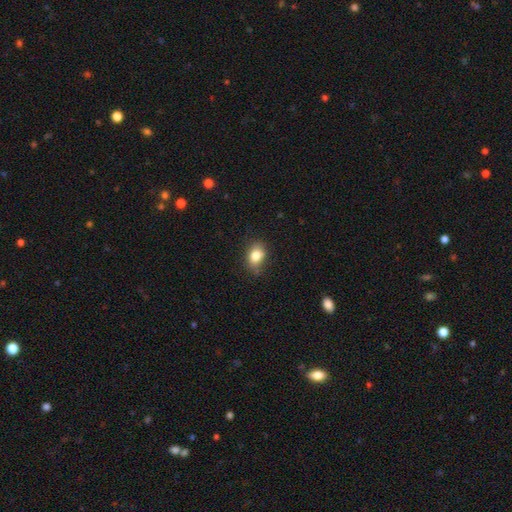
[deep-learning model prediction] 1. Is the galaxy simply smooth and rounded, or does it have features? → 81% smooth, 10% star or artifact, 9% featured or disk.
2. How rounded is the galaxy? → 68% in between, 30% round, 1% cigar-shaped.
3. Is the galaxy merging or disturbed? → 75% none, 19% minor disturbance, 4% major disturbance, 2% merger.